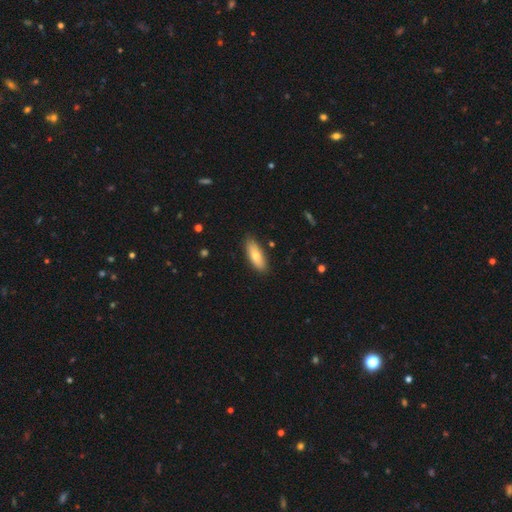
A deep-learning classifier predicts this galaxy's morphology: Smooth or featured? smooth (75%)
How rounded? in between (66%)
Merging? none (86%)